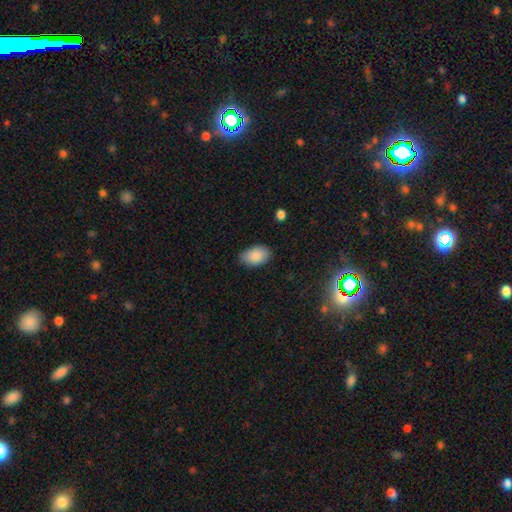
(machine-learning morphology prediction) smooth-or-featured: smooth: 88% | star or artifact: 7% | featured or disk: 6%
  how-rounded: in between: 92% | round: 7% | cigar-shaped: 1%
  merging: none: 79% | minor disturbance: 17% | major disturbance: 3% | merger: 1%